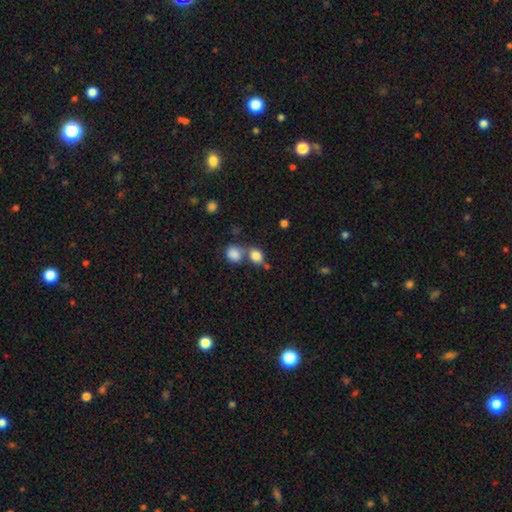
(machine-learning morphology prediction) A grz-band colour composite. It shows a smooth galaxy with no disk features (82%) that is round (56%). Merging: none (43%, tied with merger).